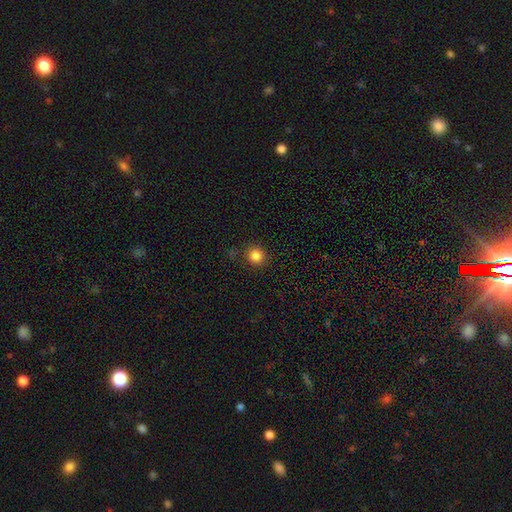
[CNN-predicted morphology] Q: Smooth or featured?
A: smooth (84%); runner-up: star or artifact (12%)
Q: How rounded?
A: round (90%); runner-up: in between (9%)
Q: Merging?
A: none (86%); runner-up: minor disturbance (10%)